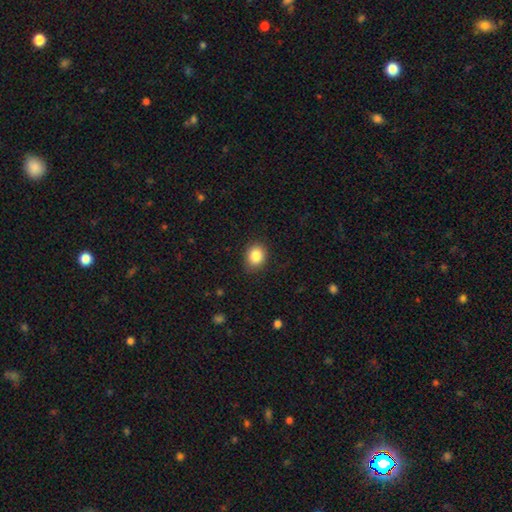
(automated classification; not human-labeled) Smooth or featured? Predicted: smooth (p=0.85). How rounded? Predicted: round (p=0.57). Merging? Predicted: none (p=0.86).